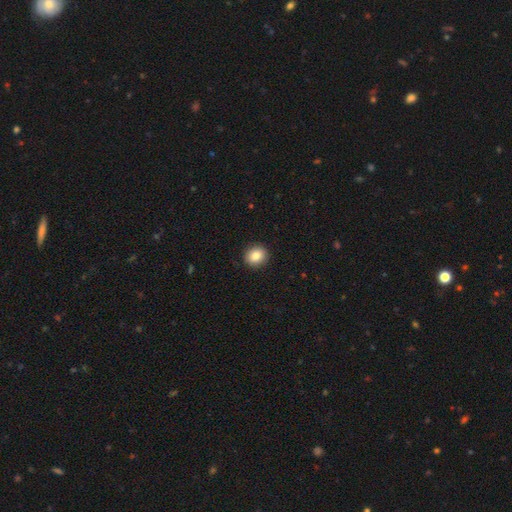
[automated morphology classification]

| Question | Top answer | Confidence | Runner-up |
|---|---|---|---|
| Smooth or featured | smooth | 85% | star or artifact (9%) |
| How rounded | round | 81% | in between (18%) |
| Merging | none | 92% | minor disturbance (6%) |